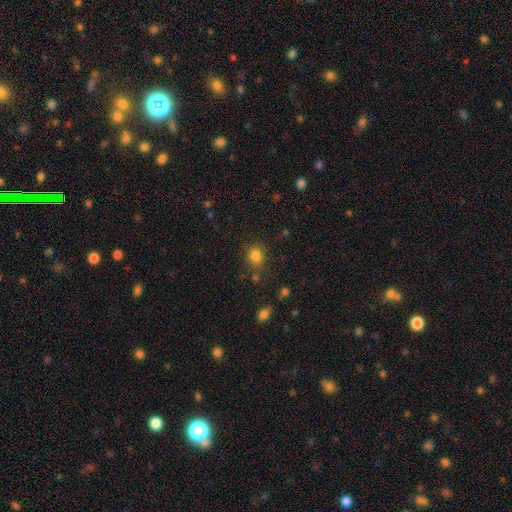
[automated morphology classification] A smooth galaxy with no disk features (82%) that is round (73%).

Vote fractions:
- Smooth or featured? smooth: 82% / star or artifact: 13% / featured or disk: 5%
- How rounded? round: 73% / in between: 26% / cigar-shaped: 1%
- Merging? none: 78% / minor disturbance: 13% / merger: 5% / major disturbance: 4%